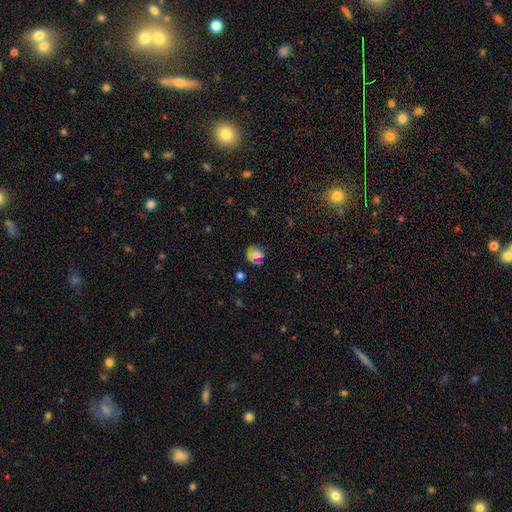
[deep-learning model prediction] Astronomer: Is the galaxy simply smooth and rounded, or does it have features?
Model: smooth — 60%.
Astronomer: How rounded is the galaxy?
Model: round — 88%.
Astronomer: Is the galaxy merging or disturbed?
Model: none — 80%.